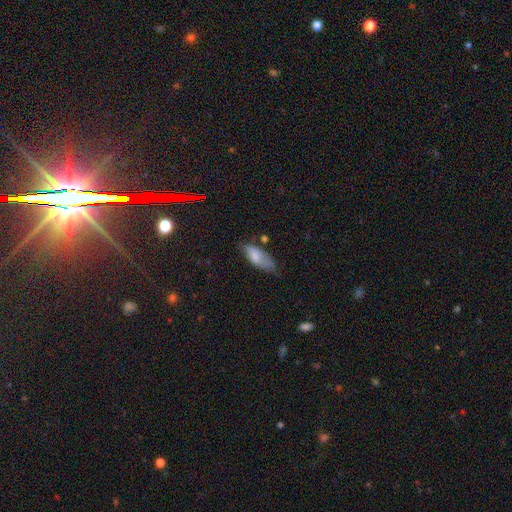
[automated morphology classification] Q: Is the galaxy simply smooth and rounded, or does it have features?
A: smooth — 77%.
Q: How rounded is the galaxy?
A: in between — 81%.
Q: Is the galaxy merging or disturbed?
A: none — 45%.